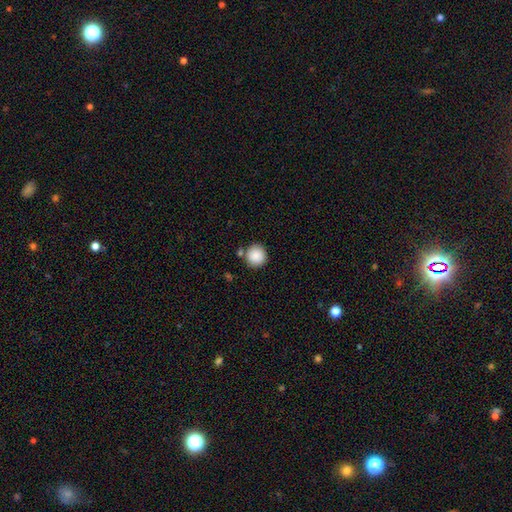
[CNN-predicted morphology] Smooth or featured: smooth — 88% (star or artifact — 8%)
How rounded: round — 94% (in between — 5%)
Merging: none — 81% (minor disturbance — 9%)